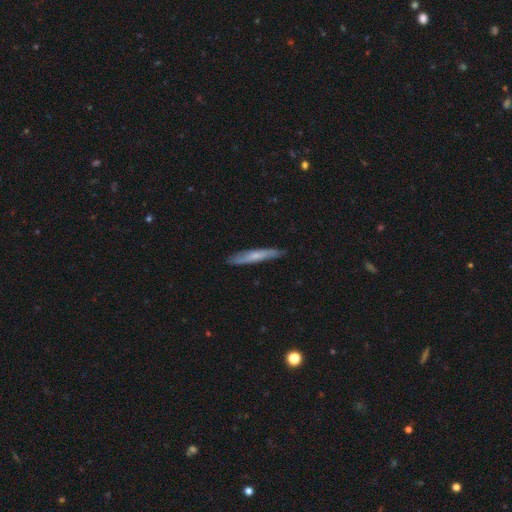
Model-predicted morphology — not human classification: smooth_or_featured: smooth (p=0.52) [alt: featured or disk p=0.42]
how_rounded: cigar-shaped (p=0.93) [alt: in between p=0.05]
merging: none (p=0.86) [alt: minor disturbance p=0.11]